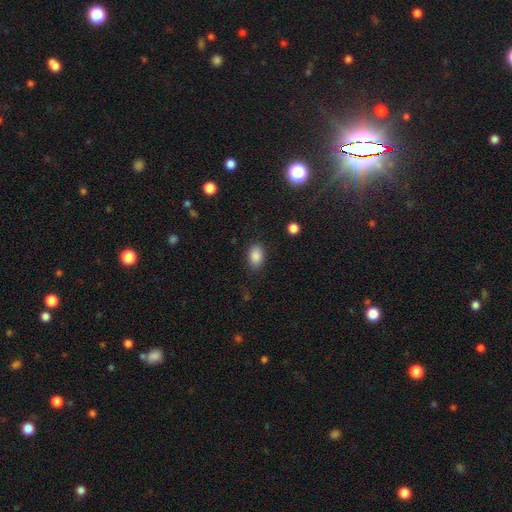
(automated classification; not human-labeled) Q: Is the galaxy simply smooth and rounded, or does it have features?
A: smooth — 87%.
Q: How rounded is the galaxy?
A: in between — 84%.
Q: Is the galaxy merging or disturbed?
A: none — 83%.